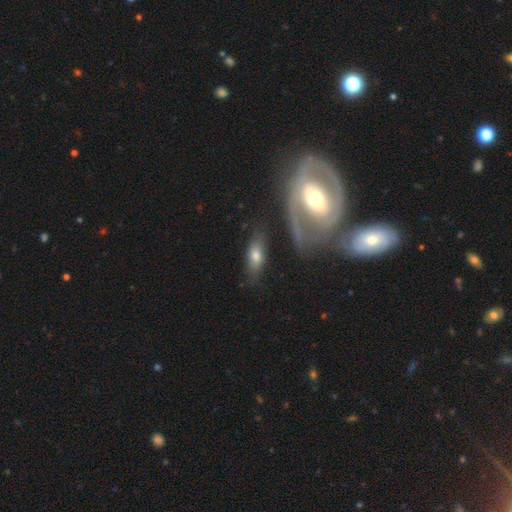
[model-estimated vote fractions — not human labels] Morphology: type=smooth (54%); roundness=in between (79%); merging=none (68%).